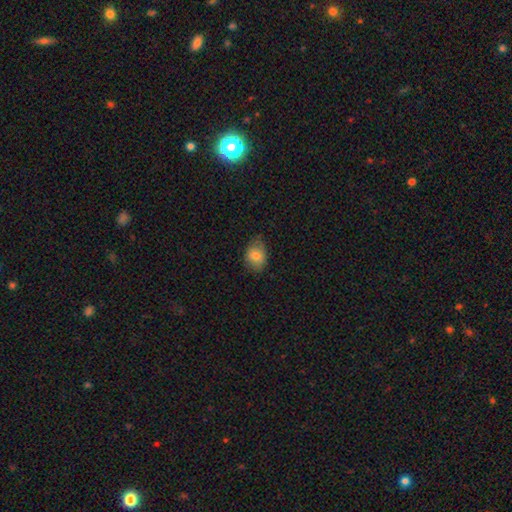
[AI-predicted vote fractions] smooth-or-featured: smooth: 80% | featured or disk: 11% | star or artifact: 8%
  how-rounded: in between: 65% | round: 34% | cigar-shaped: 1%
  merging: none: 69% | minor disturbance: 25% | major disturbance: 5% | merger: 1%